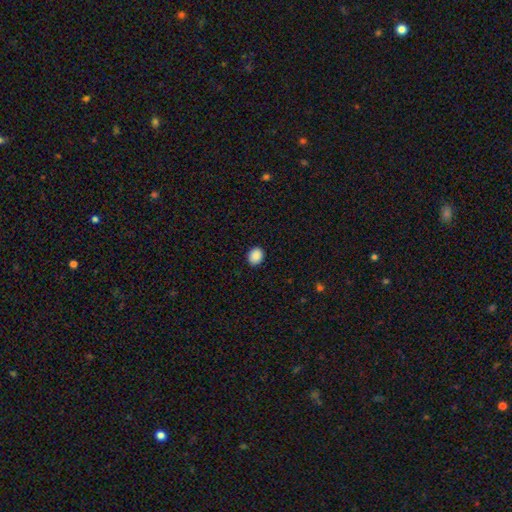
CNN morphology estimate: Smooth or featured: smooth — 89% (star or artifact — 8%)
How rounded: round — 61% (in between — 39%)
Merging: none — 91% (minor disturbance — 7%)